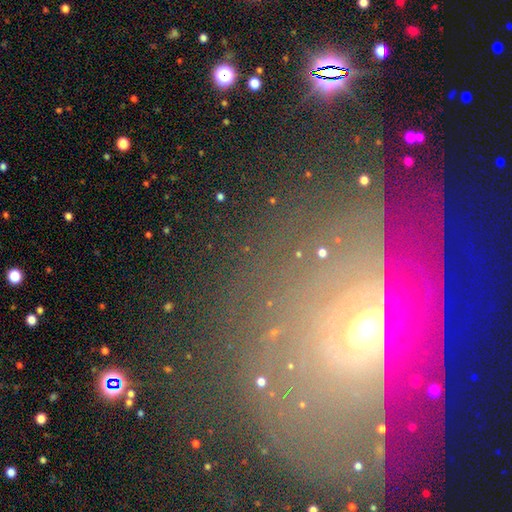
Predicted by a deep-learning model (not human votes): Smooth or featured? star or artifact (39%)